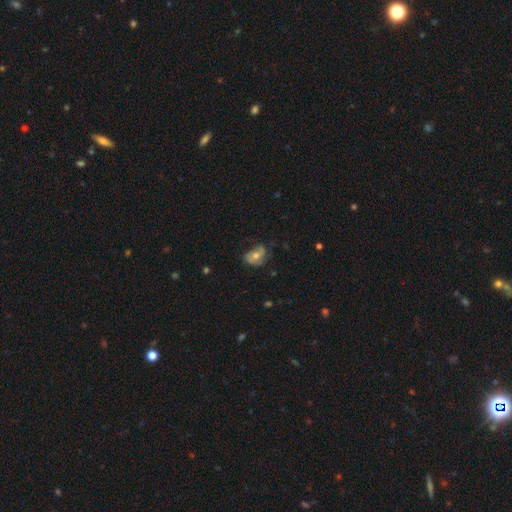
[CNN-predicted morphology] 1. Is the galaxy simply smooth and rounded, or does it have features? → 51% featured or disk, 39% smooth, 10% star or artifact.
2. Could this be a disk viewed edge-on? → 96% no, 4% yes.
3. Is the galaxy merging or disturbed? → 55% none, 30% minor disturbance, 14% major disturbance, 2% merger.